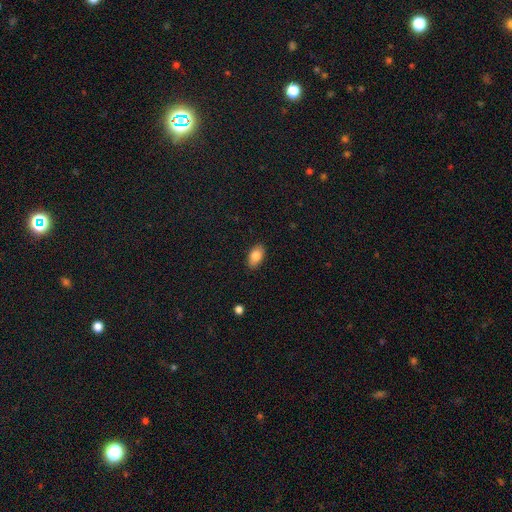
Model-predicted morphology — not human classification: A smooth galaxy with no disk features (83%) that is in between round and cigar-shaped (92%). Merging: none (88%).